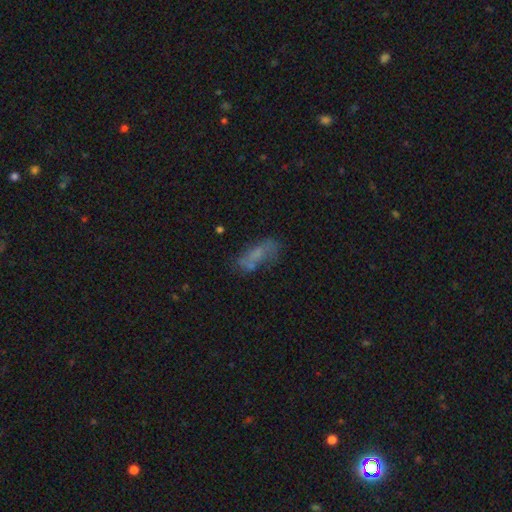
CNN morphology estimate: This appears to be a smooth galaxy with no disk features (51%) that is in between round and cigar-shaped (65%). Merging: none (50%).